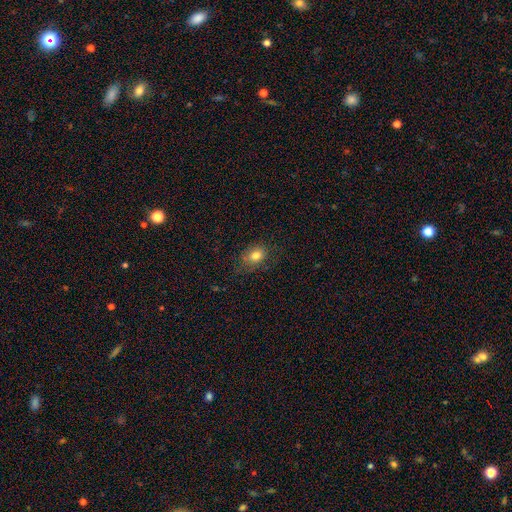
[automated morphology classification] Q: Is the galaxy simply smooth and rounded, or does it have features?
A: smooth — 78%.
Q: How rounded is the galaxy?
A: in between — 70%.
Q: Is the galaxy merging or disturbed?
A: none — 70%.